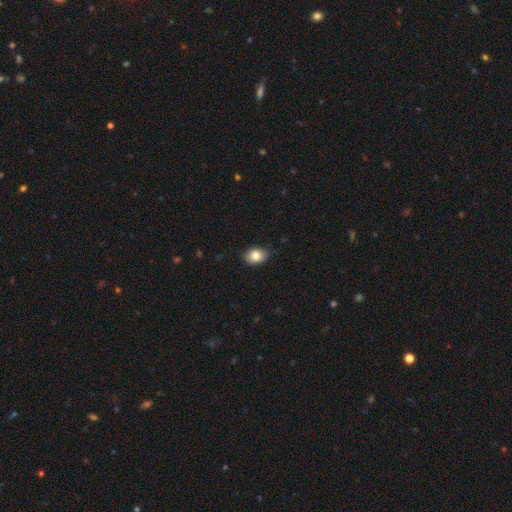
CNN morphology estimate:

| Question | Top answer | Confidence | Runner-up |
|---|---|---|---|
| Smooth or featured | smooth | 83% | star or artifact (9%) |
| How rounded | in between | 68% | round (31%) |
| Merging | none | 81% | minor disturbance (15%) |